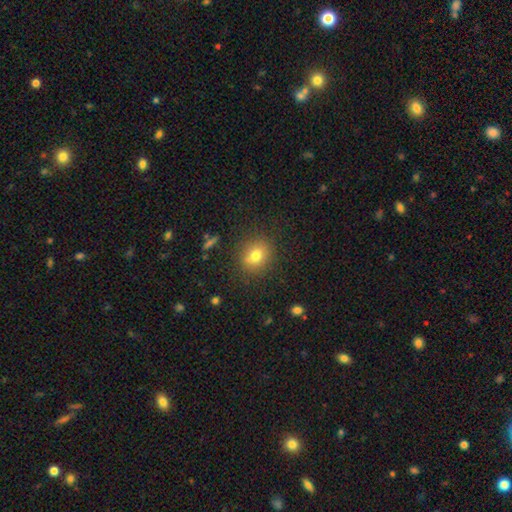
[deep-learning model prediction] Morphology: type=smooth (75%); roundness=round (71%); merging=none (81%).